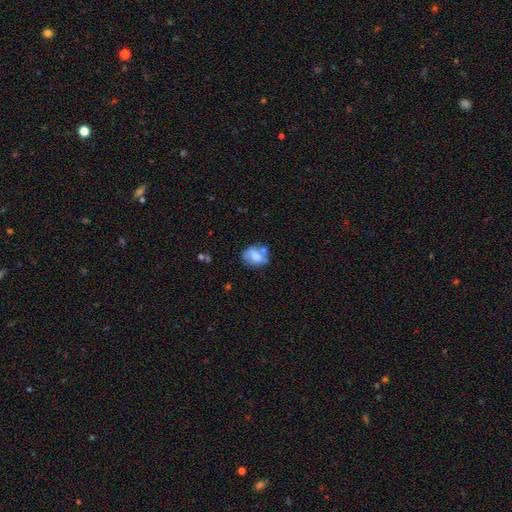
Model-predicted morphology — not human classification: smooth 66%, featured or disk 25%, star or artifact 9%. Down the decision tree: how rounded — in between (67%); merging — none (49%).